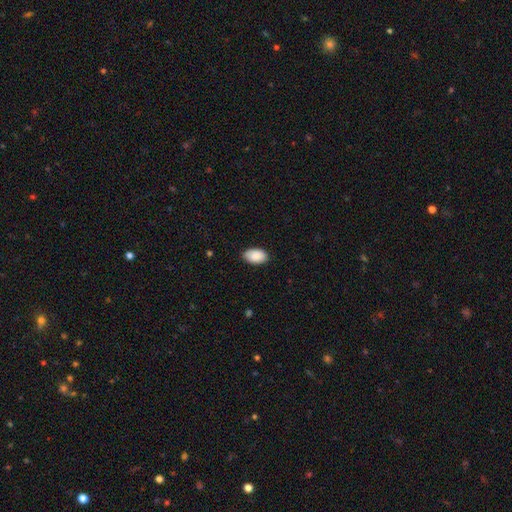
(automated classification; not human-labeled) Smooth or featured?
  - smooth: 90% *
  - star or artifact: 6%
  - featured or disk: 4%
How rounded?
  - in between: 94% *
  - round: 5%
  - cigar-shaped: 1%
Merging?
  - none: 84% *
  - minor disturbance: 13%
  - major disturbance: 2%
  - merger: 1%